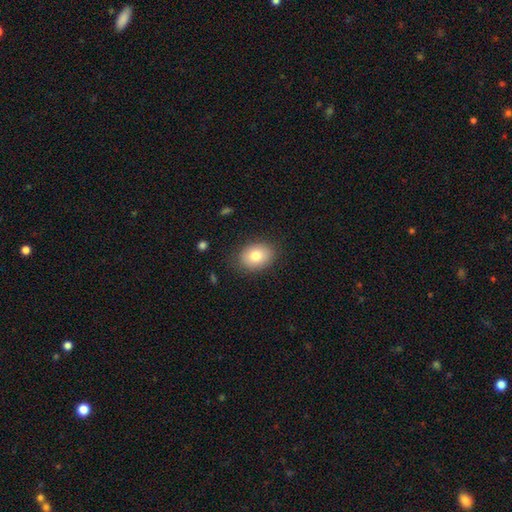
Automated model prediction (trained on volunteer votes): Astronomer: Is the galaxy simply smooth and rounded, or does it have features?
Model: smooth — 80%.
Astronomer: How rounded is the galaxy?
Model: in between — 68%.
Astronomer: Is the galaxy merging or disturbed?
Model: none — 84%.